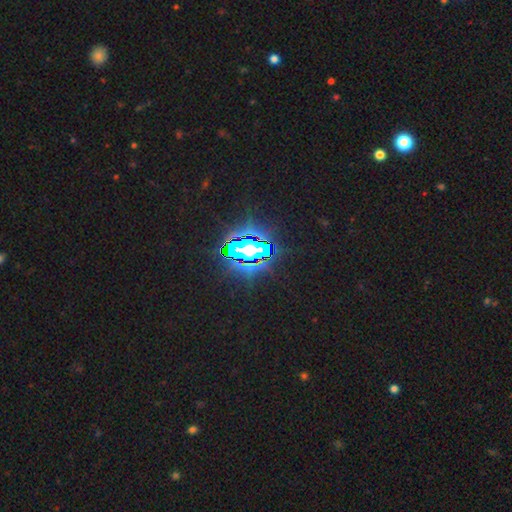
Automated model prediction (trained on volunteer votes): This appears to be a star or artifact, not a galaxy (75%).